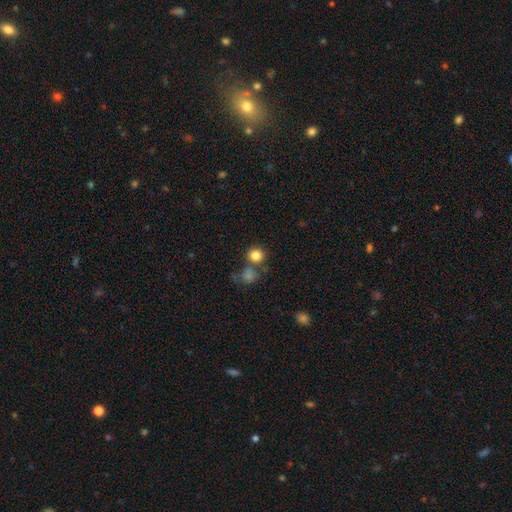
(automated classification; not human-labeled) The model was most divided on "merging": none: 68%, merger: 18%, minor disturbance: 9%, major disturbance: 4%. More confident: how rounded — round (90%); smooth or featured — smooth (83%).